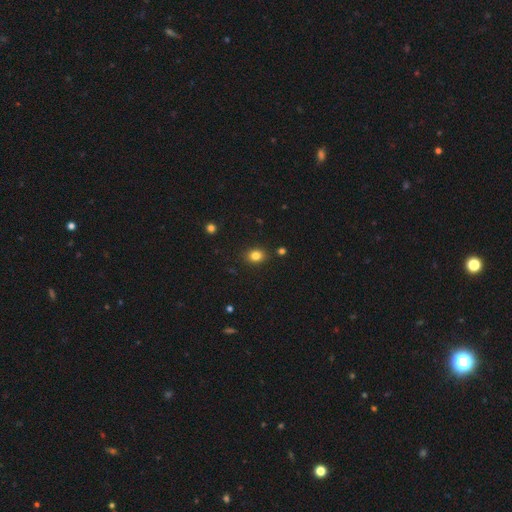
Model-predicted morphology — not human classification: A smooth galaxy with no disk features (82%) that is in between round and cigar-shaped (50%). Merging: none (86%).